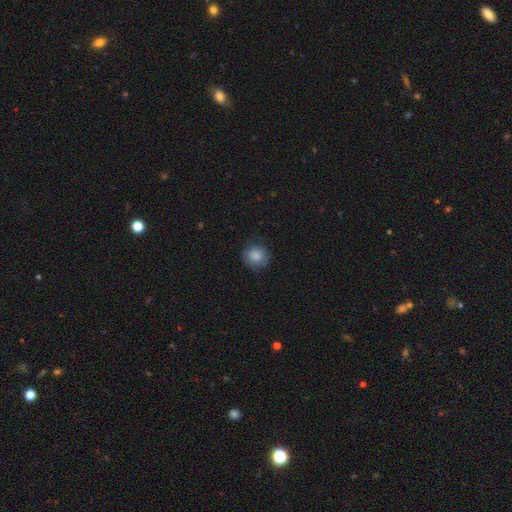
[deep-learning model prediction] Overall: smooth (84%). How rounded: round (89%). Merging: none (79%).